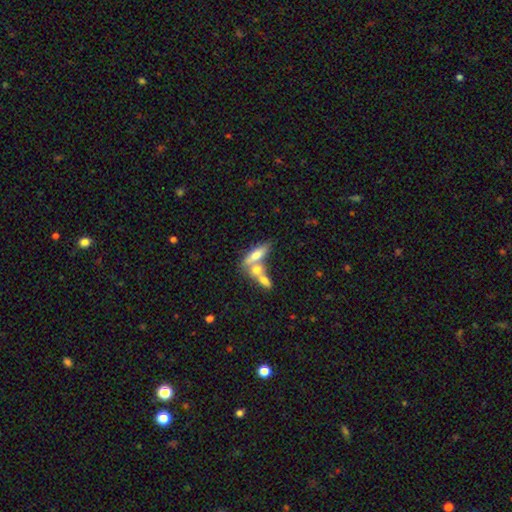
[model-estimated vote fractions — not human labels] Smooth or featured: smooth — 60% (featured or disk — 32%)
How rounded: in between — 57% (cigar-shaped — 38%)
Merging: merger — 60% (none — 27%)